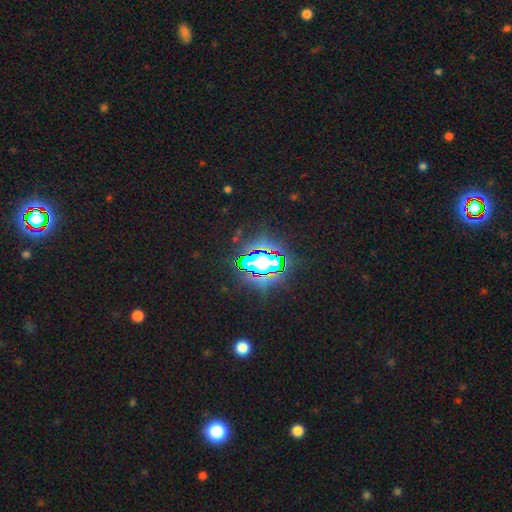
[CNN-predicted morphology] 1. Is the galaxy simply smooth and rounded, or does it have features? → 81% star or artifact, 11% smooth, 8% featured or disk.